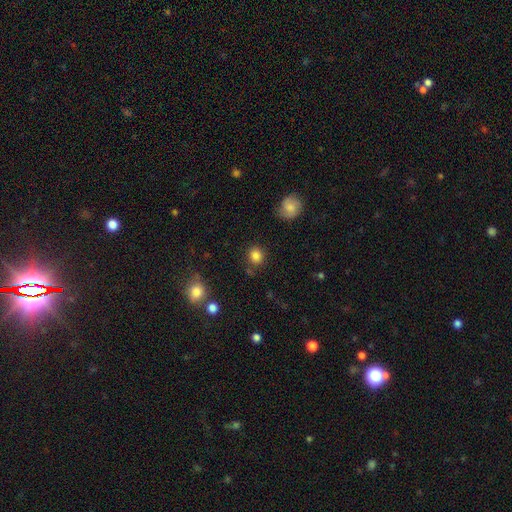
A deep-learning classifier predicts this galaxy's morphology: smooth_or_featured: smooth (p=0.84) [alt: star or artifact p=0.11]
how_rounded: round (p=0.84) [alt: in between p=0.15]
merging: none (p=0.83) [alt: minor disturbance p=0.10]